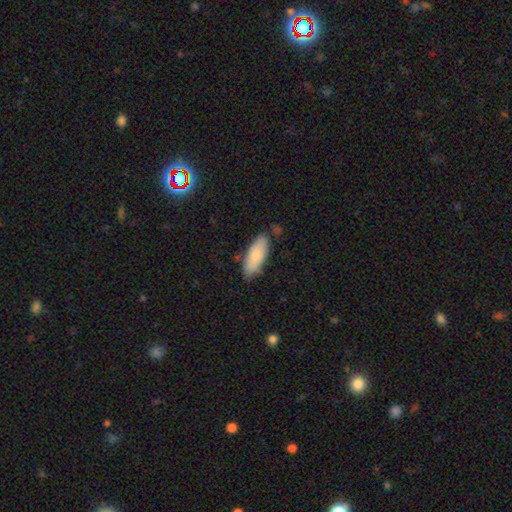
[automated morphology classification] A smooth galaxy with no disk features (84%) that is in between round and cigar-shaped (77%).

Vote fractions:
- Smooth or featured? smooth: 84% / featured or disk: 11% / star or artifact: 5%
- How rounded? in between: 77% / cigar-shaped: 21% / round: 2%
- Merging? none: 79% / minor disturbance: 15% / major disturbance: 3% / merger: 3%